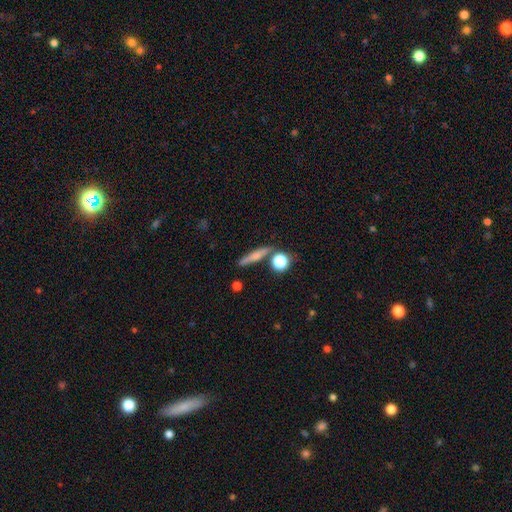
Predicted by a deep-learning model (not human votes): A smooth galaxy with no disk features (57%) that is cigar-shaped (74%).

Vote fractions:
- Smooth or featured? smooth: 57% / featured or disk: 32% / star or artifact: 11%
- How rounded? cigar-shaped: 74% / round: 13% / in between: 13%
- Merging? none: 76% / minor disturbance: 11% / merger: 9% / major disturbance: 4%